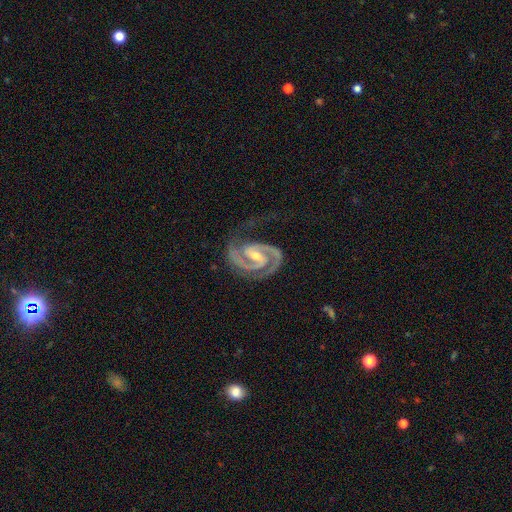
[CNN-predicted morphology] Smooth or featured?
  - featured or disk: 94% *
  - star or artifact: 4%
  - smooth: 2%
Edge-on disk?
  - no: 98% *
  - yes: 2%
Bar?
  - weak: 42% *
  - strong: 33%
  - no: 24%
Spiral arms?
  - yes: 99% *
  - no: 1%
Spiral winding?
  - tight: 51% *
  - medium: 43%
  - loose: 5%
Spiral arm count?
  - 2: 93% *
  - 3: 2%
  - can't tell: 1%
  - 1: 1%
  - 4: 1%
  - more than 4: 1%
Bulge size?
  - small: 51% *
  - moderate: 45%
  - none: 2%
  - large: 2%
  - dominant: 1%
Merging?
  - none: 71% *
  - minor disturbance: 19%
  - major disturbance: 9%
  - merger: 2%